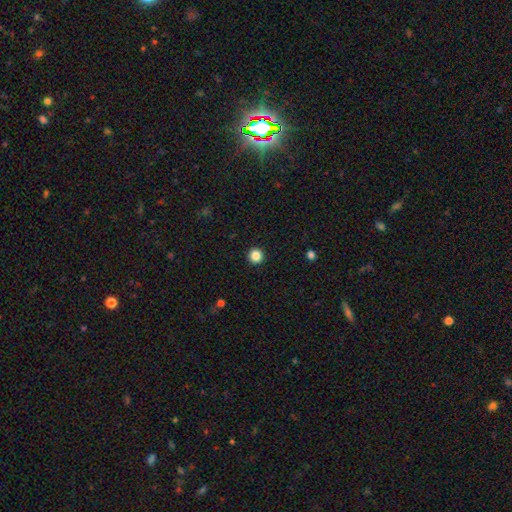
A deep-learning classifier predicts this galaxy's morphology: type=smooth (86%); roundness=round (96%); merging=none (93%).